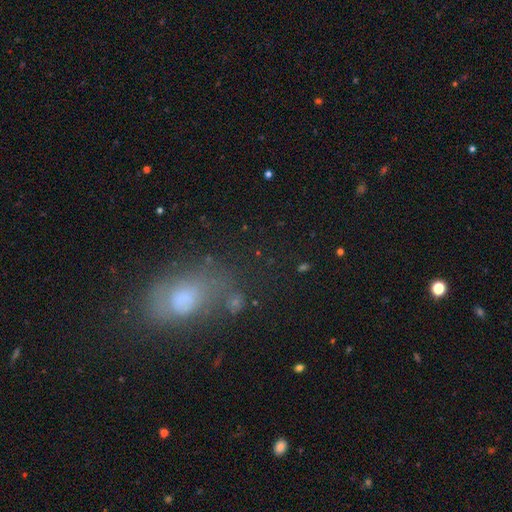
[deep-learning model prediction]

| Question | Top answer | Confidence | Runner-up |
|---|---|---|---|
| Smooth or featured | smooth | 52% | featured or disk (26%) |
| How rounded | in between | 78% | round (19%) |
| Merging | none | 62% | minor disturbance (20%) |